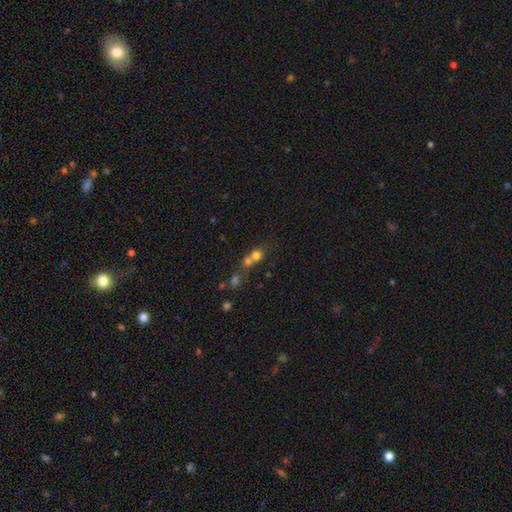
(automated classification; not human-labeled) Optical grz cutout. It shows a smooth galaxy with no disk features (65%) that is round (80%). Merging: merger (57%).